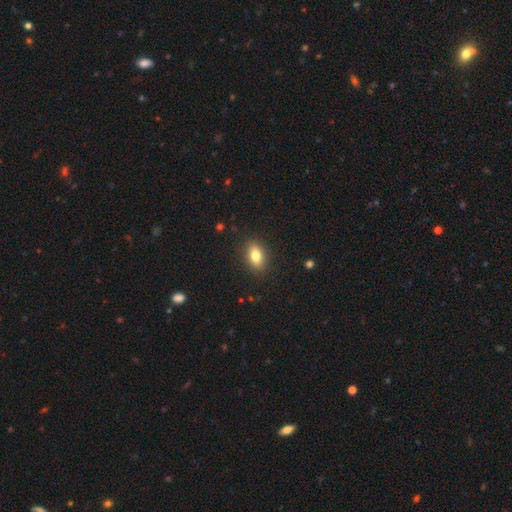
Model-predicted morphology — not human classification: Q: Smooth or featured?
A: smooth (80%); runner-up: featured or disk (11%)
Q: How rounded?
A: in between (83%); runner-up: round (13%)
Q: Merging?
A: none (88%); runner-up: minor disturbance (9%)